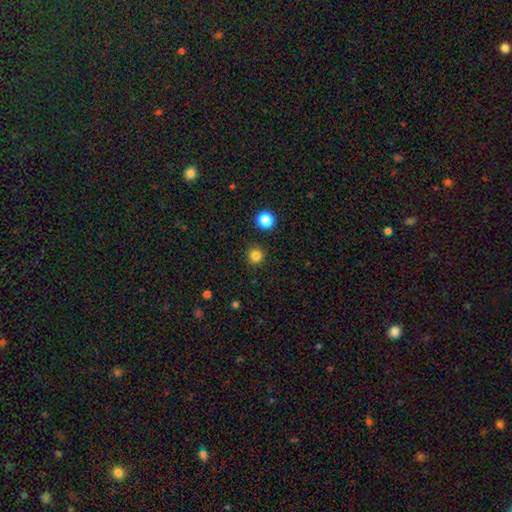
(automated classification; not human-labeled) The model was most divided on "smooth or featured": smooth: 82%, star or artifact: 14%, featured or disk: 4%. More confident: how rounded — round (96%); merging — none (92%).